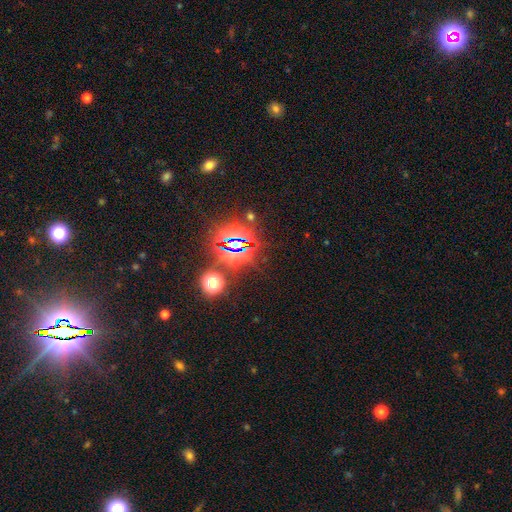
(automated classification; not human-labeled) This appears to be a star or artifact, not a galaxy (83%).